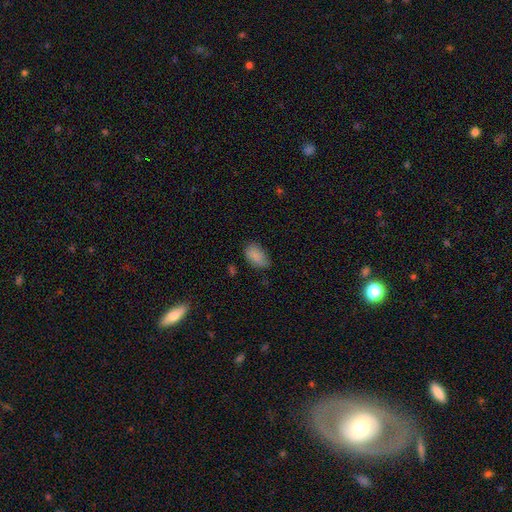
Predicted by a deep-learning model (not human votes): Morphology: type=smooth (86%); roundness=in between (91%); merging=none (68%).